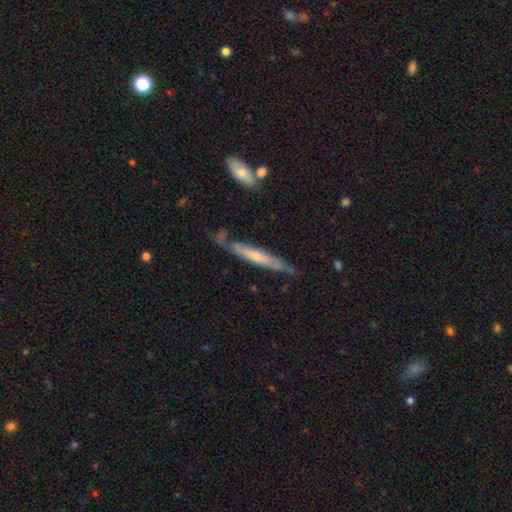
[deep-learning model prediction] Morphology: type=featured or disk (57%); edge-on=yes (85%); merging=none (71%).